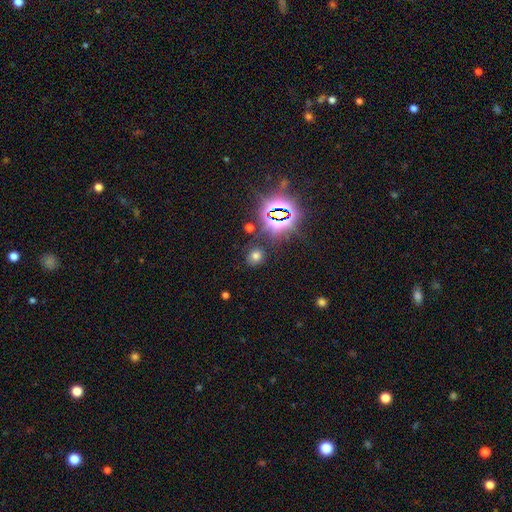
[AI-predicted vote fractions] This appears to be a smooth galaxy with no disk features (60%) that is round (74%). Merging: none (83%).